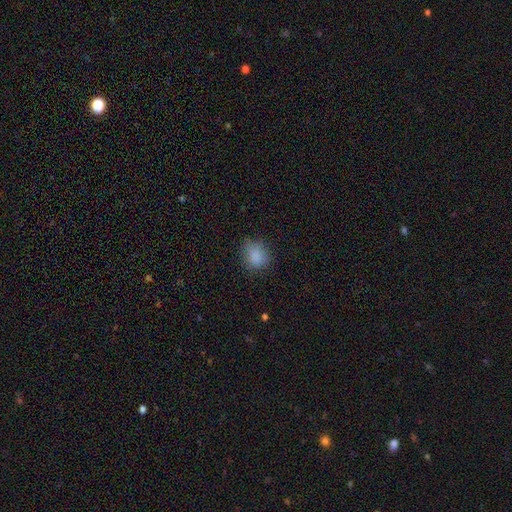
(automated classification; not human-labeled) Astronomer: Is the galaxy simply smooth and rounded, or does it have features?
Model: smooth — 85%.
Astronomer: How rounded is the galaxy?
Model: round — 59% (runner-up: in between, 40%).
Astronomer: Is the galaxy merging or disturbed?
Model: none — 72%.